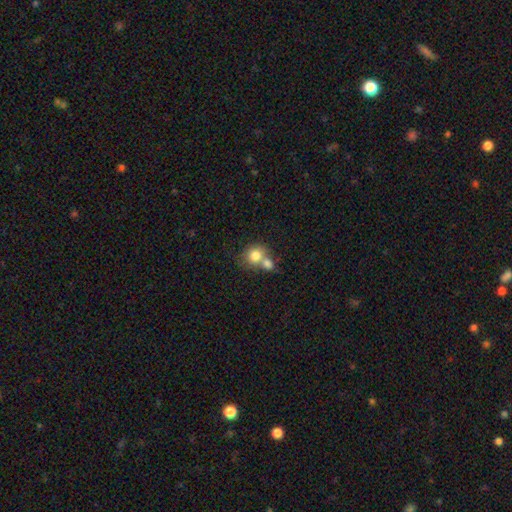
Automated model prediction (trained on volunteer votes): smooth 79%, featured or disk 12%, star or artifact 9%. Down the decision tree: how rounded — round (78%); merging — merger (55%).